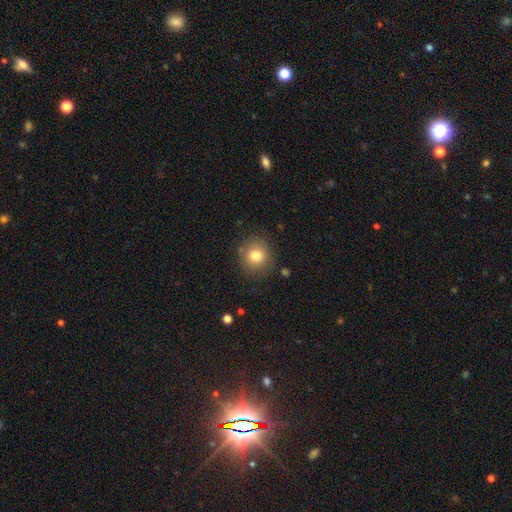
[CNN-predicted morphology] smooth 79%, star or artifact 11%, featured or disk 10%. Down the decision tree: how rounded — round (88%); merging — none (84%).